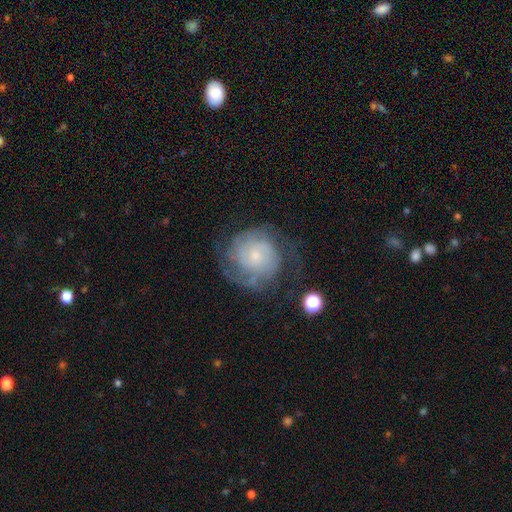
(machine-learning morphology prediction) Q: Smooth or featured?
A: featured or disk (74%); runner-up: smooth (19%)
Q: Edge-on disk?
A: no (98%); runner-up: yes (2%)
Q: Bar?
A: no (76%); runner-up: weak (21%)
Q: Spiral arms?
A: yes (90%); runner-up: no (10%)
Q: Spiral winding?
A: tight (63%); runner-up: medium (28%)
Q: Spiral arm count?
A: can't tell (42%); runner-up: 2 (23%)
Q: Bulge size?
A: small (72%); runner-up: moderate (20%)
Q: Merging?
A: none (62%); runner-up: minor disturbance (20%)